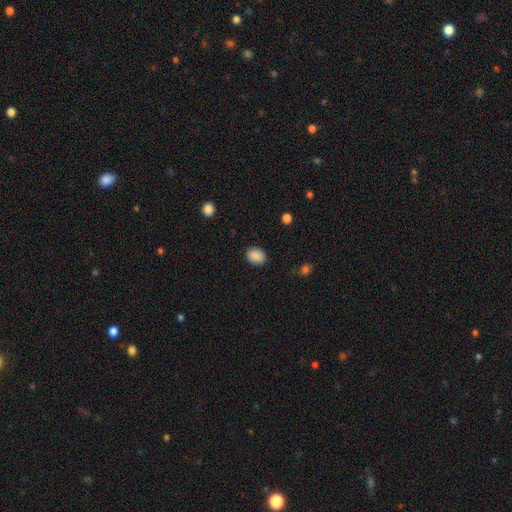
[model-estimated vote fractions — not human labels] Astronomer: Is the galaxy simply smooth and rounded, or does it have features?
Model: smooth — 89%.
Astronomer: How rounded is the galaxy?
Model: in between — 59% (runner-up: round, 40%).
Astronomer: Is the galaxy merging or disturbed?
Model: none — 88%.